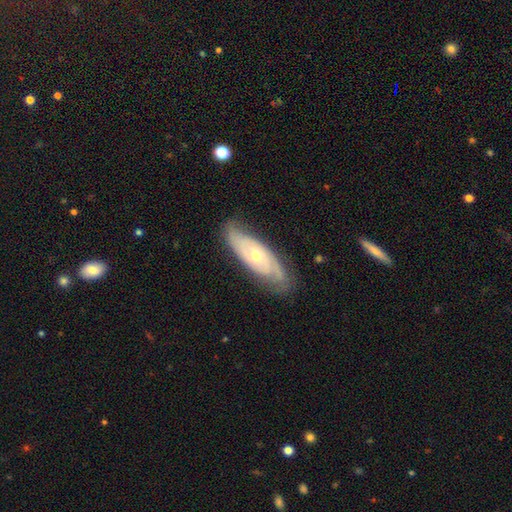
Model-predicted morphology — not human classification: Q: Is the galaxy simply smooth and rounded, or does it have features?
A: featured or disk — 72%.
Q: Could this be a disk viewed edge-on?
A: no — 83%.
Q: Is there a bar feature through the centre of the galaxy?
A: no — 76%.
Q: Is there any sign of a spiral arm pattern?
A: yes — 87%.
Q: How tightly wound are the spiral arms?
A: tight — 56%.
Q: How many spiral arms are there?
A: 2 — 52%.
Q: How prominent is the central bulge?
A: moderate — 49%.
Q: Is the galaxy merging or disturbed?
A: none — 74%.